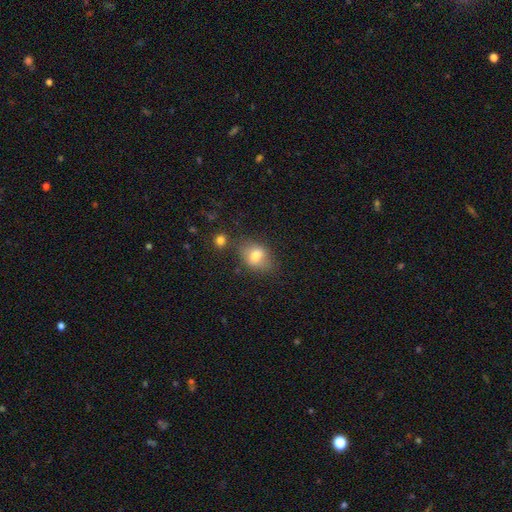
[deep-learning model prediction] Q: Smooth or featured?
A: smooth (72%); runner-up: featured or disk (18%)
Q: How rounded?
A: in between (62%); runner-up: round (37%)
Q: Merging?
A: none (66%); runner-up: minor disturbance (21%)